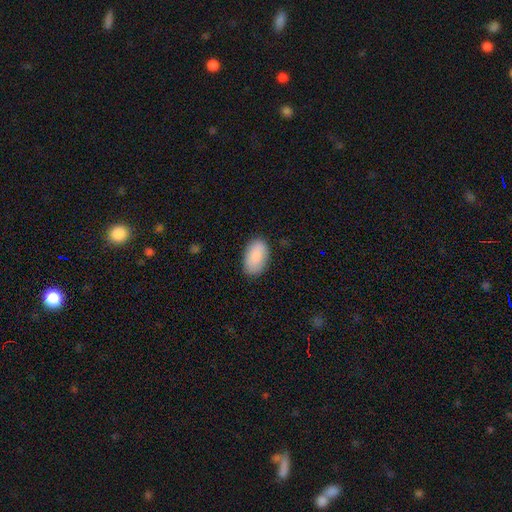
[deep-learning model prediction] Overall: smooth (89%). How rounded: in between (94%). Merging: none (84%).